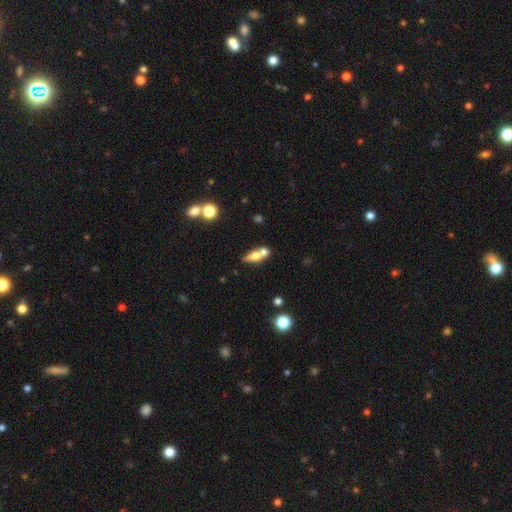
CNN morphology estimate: Overall: smooth (58%; featured or disk 32%). How rounded: in between (60%; cigar-shaped 29%). Merging: merger (47%; none 38%).